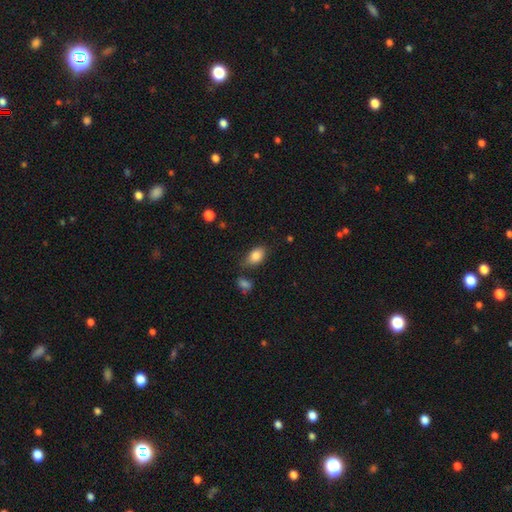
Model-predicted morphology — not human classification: smooth-or-featured: smooth: 85% | star or artifact: 8% | featured or disk: 7%
  how-rounded: in between: 90% | round: 8% | cigar-shaped: 2%
  merging: none: 67% | minor disturbance: 22% | merger: 6% | major disturbance: 5%